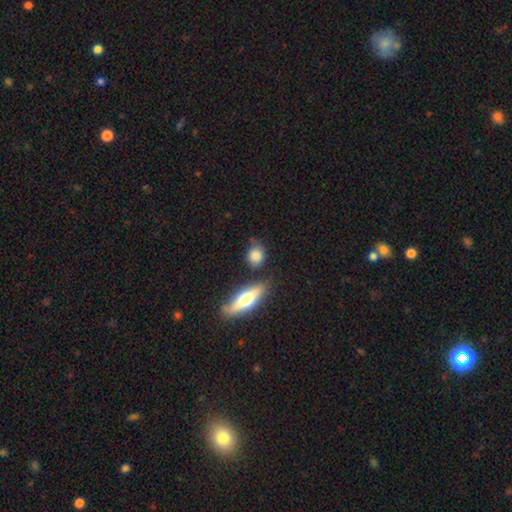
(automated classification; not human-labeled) Q: Smooth or featured?
A: smooth (80%); runner-up: featured or disk (12%)
Q: How rounded?
A: round (56%); runner-up: in between (39%)
Q: Merging?
A: none (66%); runner-up: minor disturbance (20%)